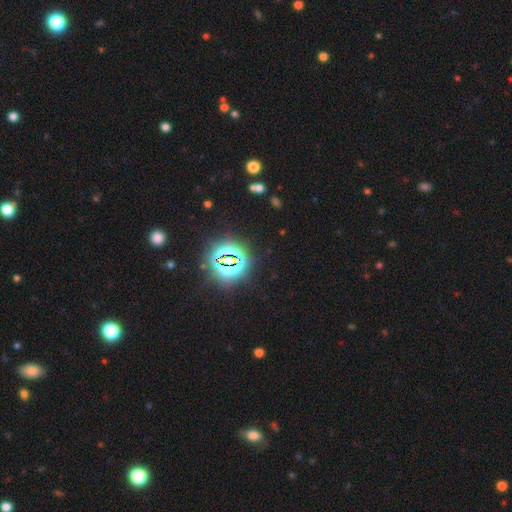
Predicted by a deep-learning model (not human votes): Smooth or featured: star or artifact — 82% (smooth — 11%)